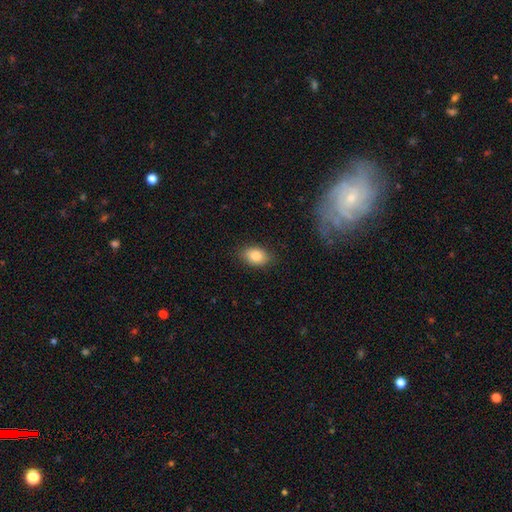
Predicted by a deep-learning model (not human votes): Smooth or featured? smooth (85%)
How rounded? in between (84%)
Merging? none (85%)